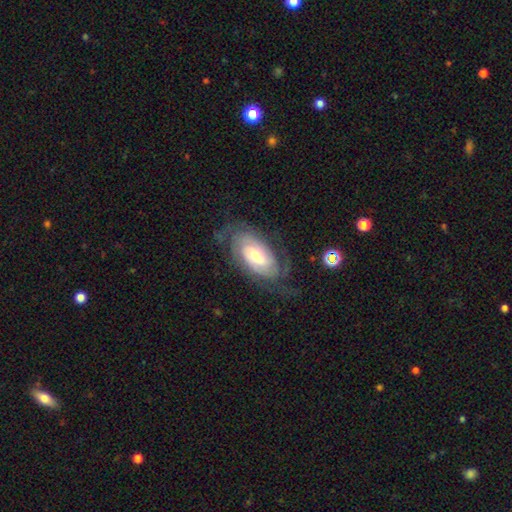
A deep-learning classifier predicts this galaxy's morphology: Smooth or featured: featured or disk — 80% (smooth — 15%)
Edge-on disk: no — 94% (yes — 6%)
Bar: no — 45% (weak — 40%)
Spiral arms: yes — 94% (no — 6%)
Spiral winding: tight — 58% (medium — 31%)
Spiral arm count: 2 — 50% (can't tell — 27%)
Bulge size: moderate — 56% (large — 20%)
Merging: none — 68% (minor disturbance — 18%)